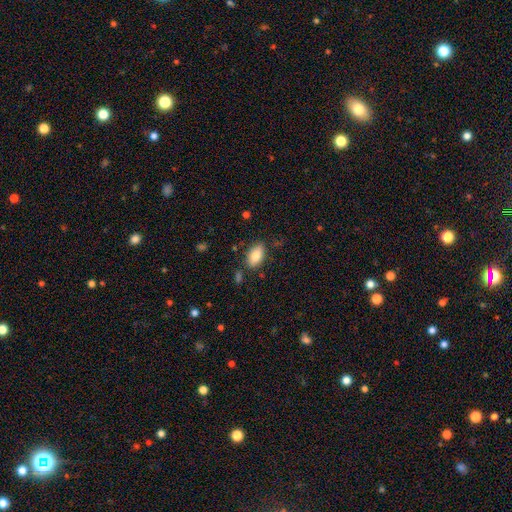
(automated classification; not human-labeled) A smooth galaxy with no disk features (81%) that is in between round and cigar-shaped (92%).

Vote fractions:
- Smooth or featured? smooth: 81% / featured or disk: 12% / star or artifact: 7%
- How rounded? in between: 92% / round: 5% / cigar-shaped: 3%
- Merging? none: 81% / minor disturbance: 13% / merger: 3% / major disturbance: 3%